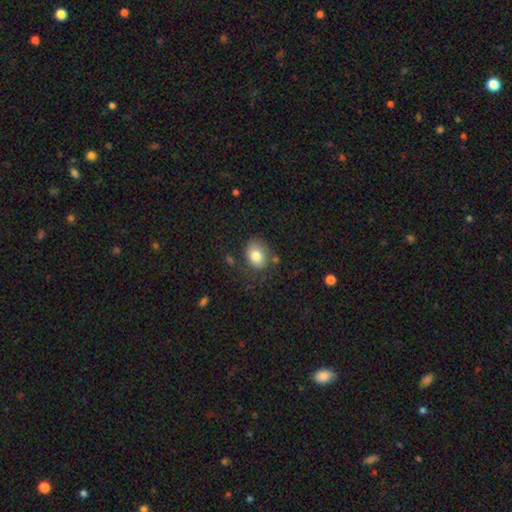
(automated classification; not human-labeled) The model was most divided on "how rounded": in between: 59%, round: 40%, cigar-shaped: 1%. More confident: smooth or featured — smooth (81%); merging — none (69%).